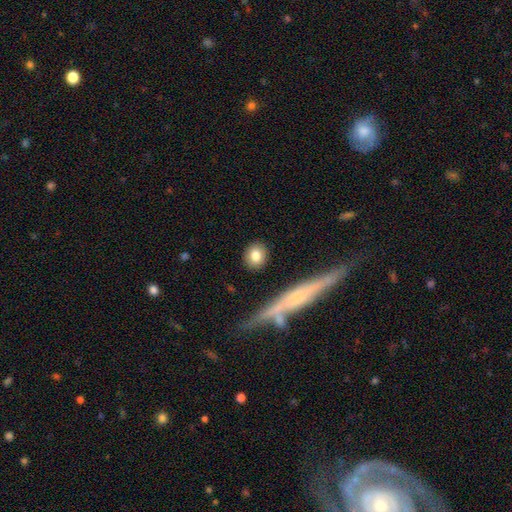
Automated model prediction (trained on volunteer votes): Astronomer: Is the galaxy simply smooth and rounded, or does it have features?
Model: smooth — 81%.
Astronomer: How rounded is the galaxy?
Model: round — 75%.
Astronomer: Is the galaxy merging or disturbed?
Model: none — 88%.